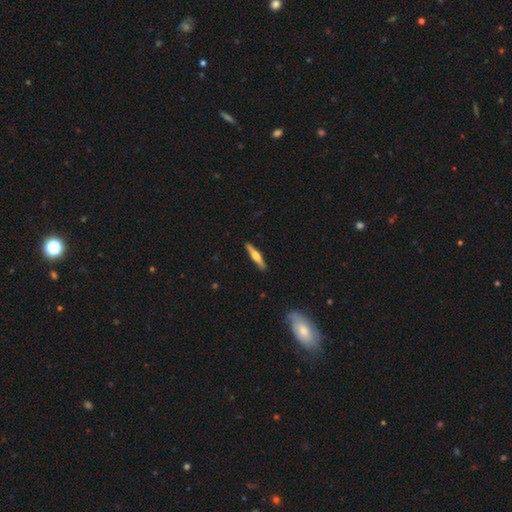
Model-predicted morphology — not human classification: The model was most divided on "smooth or featured": featured or disk: 60%, smooth: 35%, star or artifact: 5%. More confident: edge-on disk — yes (97%); edge-on bulge — rounded (91%); merging — none (90%).